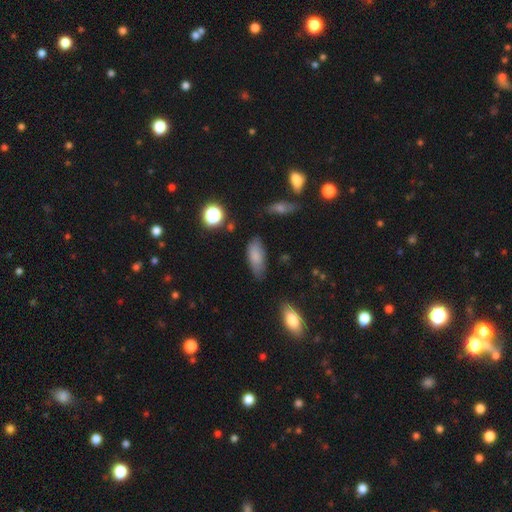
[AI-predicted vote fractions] smooth-or-featured: smooth: 81% | featured or disk: 11% | star or artifact: 8%
  how-rounded: in between: 79% | cigar-shaped: 18% | round: 3%
  merging: none: 72% | minor disturbance: 21% | major disturbance: 5% | merger: 3%